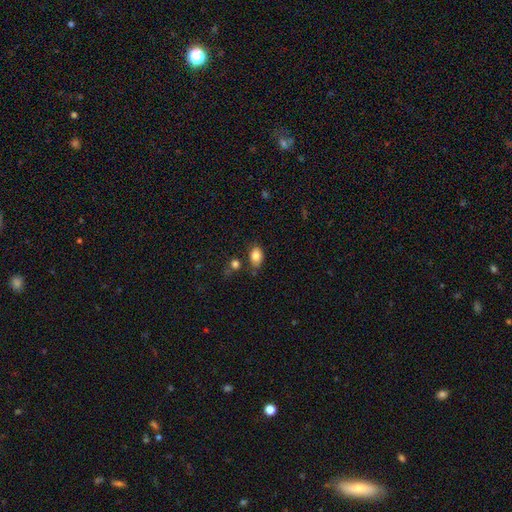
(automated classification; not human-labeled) Smooth or featured? Predicted: smooth (p=0.84). How rounded? Predicted: in between (p=0.85). Merging? Predicted: none (p=0.72).